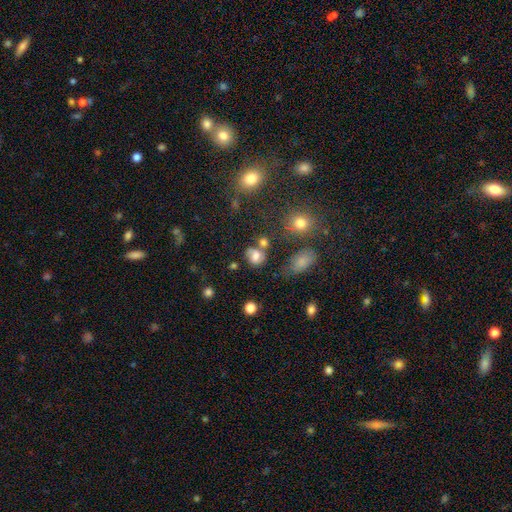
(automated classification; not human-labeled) smooth_or_featured: smooth (p=0.62) [alt: featured or disk p=0.23]
how_rounded: round (p=0.58) [alt: in between p=0.41]
merging: none (p=0.50) [alt: minor disturbance p=0.21]